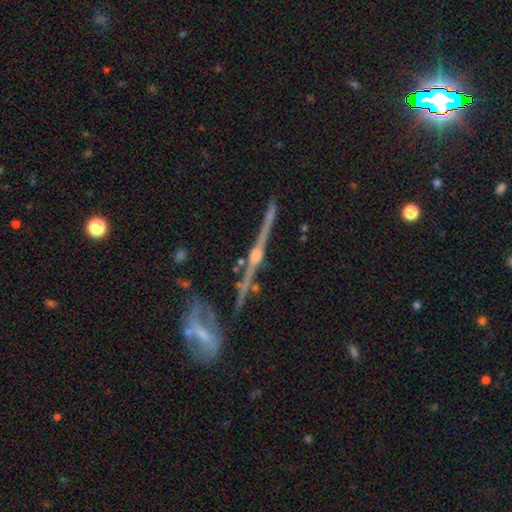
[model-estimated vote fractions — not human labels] This is clearly a featured or disk galaxy (80%). It is clearly viewed edge-on (93%). Edge-on bulge: clearly rounded (82%). Merging: likely none (70%).